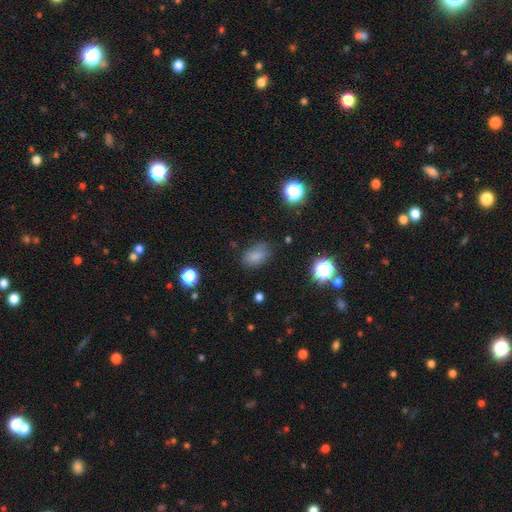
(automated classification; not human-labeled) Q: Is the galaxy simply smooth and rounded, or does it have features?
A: smooth — 80%.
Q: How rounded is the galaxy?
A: in between — 86%.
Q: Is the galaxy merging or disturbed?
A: none — 73%.